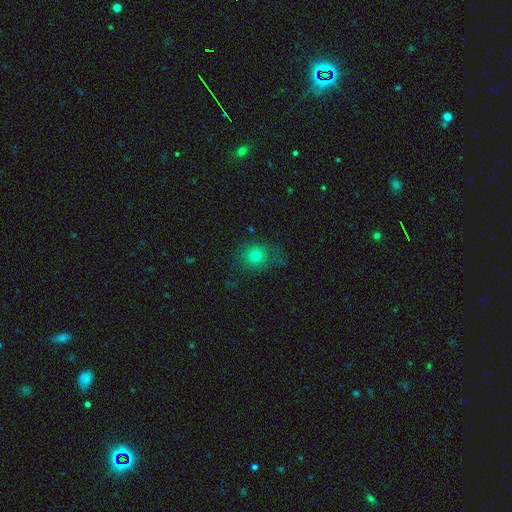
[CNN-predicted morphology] type=smooth (71%); roundness=round (81%); merging=none (67%).